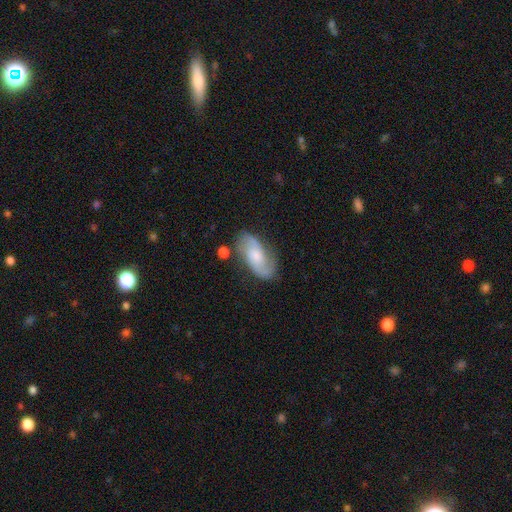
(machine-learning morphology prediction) A featured or disk galaxy (72%) with no bar (55%), 2 (89%) medium (45%) spiral arms (94%) and a moderate central bulge (39%).

Vote fractions:
- Smooth or featured? featured or disk: 72% / smooth: 22% / star or artifact: 6%
- Edge-on disk? no: 95% / yes: 5%
- Bar? no: 55% / weak: 37% / strong: 8%
- Spiral arms? yes: 94% / no: 6%
- Spiral winding? medium: 45% / loose: 36% / tight: 19%
- Spiral arm count? 2: 89% / can't tell: 6% / 1: 2% / 3: 1% / 4: 1% / more than 4: 1%
- Bulge size? moderate: 39% / small: 35% / none: 13% / large: 11% / dominant: 2%
- Merging? none: 74% / minor disturbance: 17% / major disturbance: 6% / merger: 4%